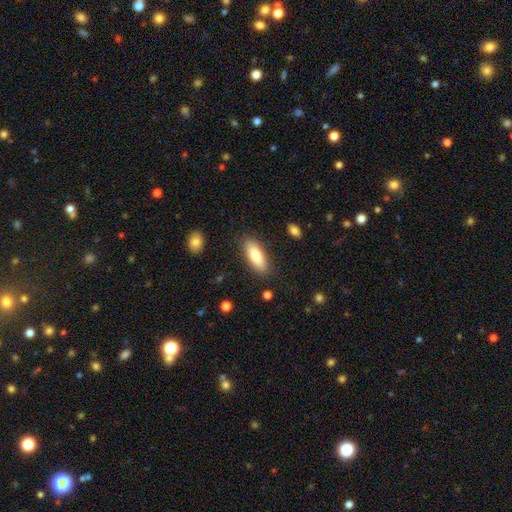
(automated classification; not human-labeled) This appears to be a smooth galaxy with no disk features (79%) that is in between round and cigar-shaped (68%). Merging: none (85%).